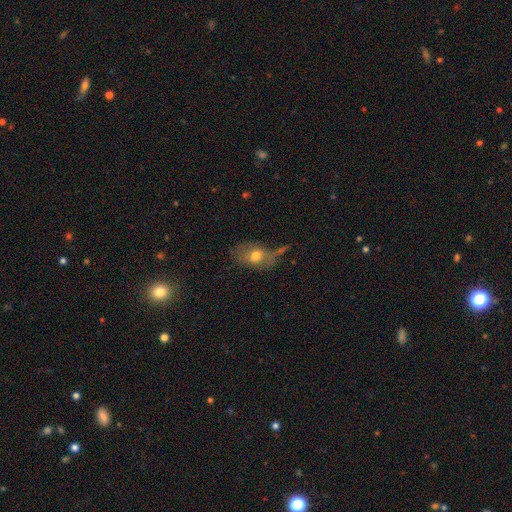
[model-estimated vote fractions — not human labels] smooth 65%, featured or disk 26%, star or artifact 9%. Down the decision tree: how rounded — in between (79%); merging — none (52%).